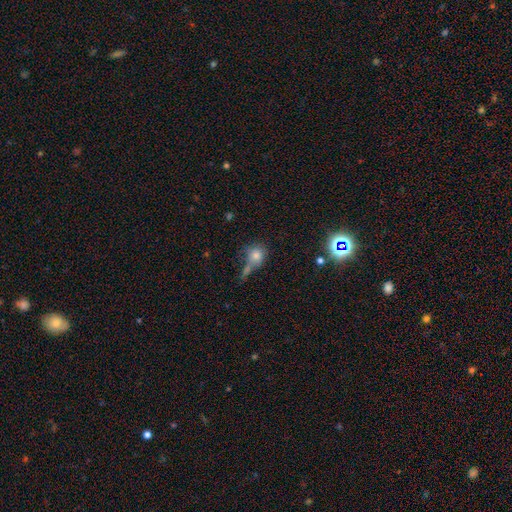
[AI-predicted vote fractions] Smooth or featured?
  - smooth: 75% *
  - featured or disk: 13%
  - star or artifact: 12%
How rounded?
  - round: 70% *
  - in between: 28%
  - cigar-shaped: 2%
Merging?
  - none: 38% *
  - merger: 30%
  - minor disturbance: 18%
  - major disturbance: 14%